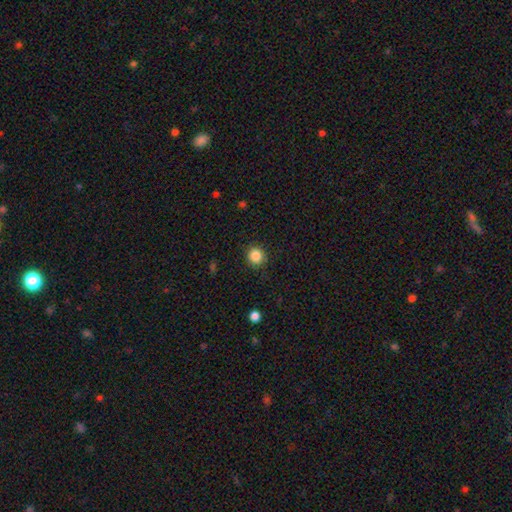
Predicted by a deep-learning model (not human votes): This is clearly a smooth galaxy (85%). How rounded: clearly round (92%). Merging: clearly none (91%).